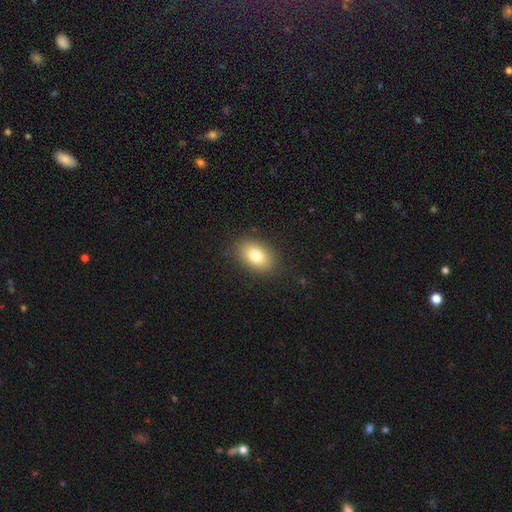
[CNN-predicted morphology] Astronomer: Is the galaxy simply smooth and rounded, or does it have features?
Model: smooth — 80%.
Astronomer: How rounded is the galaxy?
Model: in between — 85%.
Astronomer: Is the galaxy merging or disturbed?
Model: none — 87%.